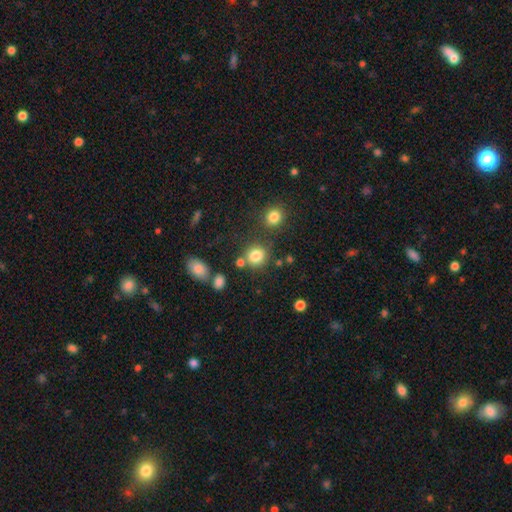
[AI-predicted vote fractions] A smooth galaxy with no disk features (82%) that is round (84%). Merging: none (73%).